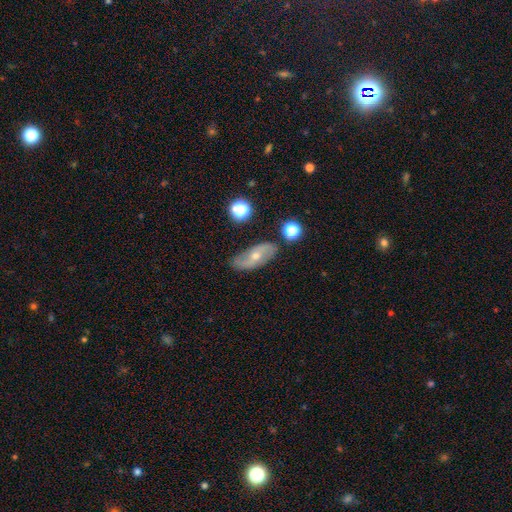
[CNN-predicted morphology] The model was most divided on "smooth or featured": featured or disk: 57%, smooth: 34%, star or artifact: 9%. More confident: edge-on disk — no (86%); merging — none (77%).